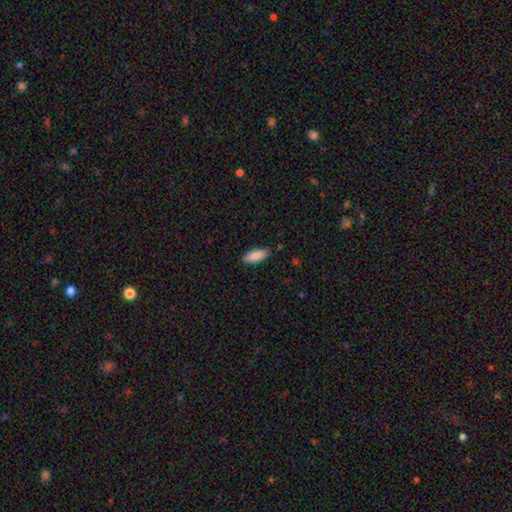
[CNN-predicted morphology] smooth 88%, star or artifact 6%, featured or disk 6%. Down the decision tree: how rounded — in between (76%); merging — none (85%).